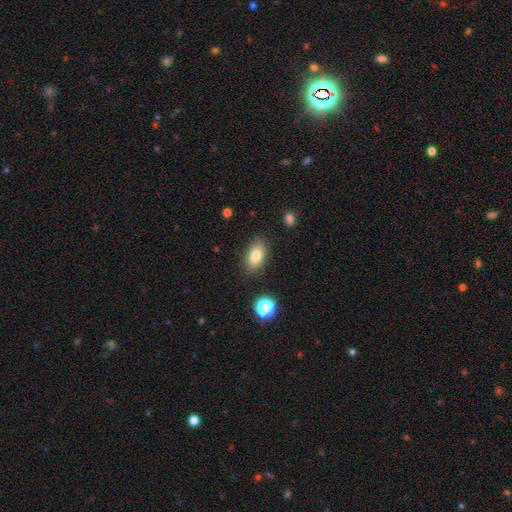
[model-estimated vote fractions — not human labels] Smooth or featured?
  - smooth: 81% *
  - featured or disk: 10%
  - star or artifact: 9%
How rounded?
  - in between: 87% *
  - round: 9%
  - cigar-shaped: 5%
Merging?
  - none: 84% *
  - minor disturbance: 11%
  - major disturbance: 3%
  - merger: 2%